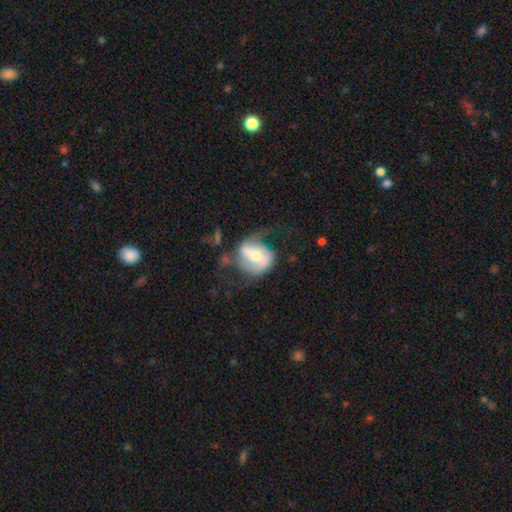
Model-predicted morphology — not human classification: Overall: featured or disk (65%; smooth 28%). Edge-on disk: no (96%). Bar: no (38%; weak 37%). Spiral arms: yes (71%). Bulge size: moderate (57%; small 31%). Merging: none (38%; major disturbance 32%).